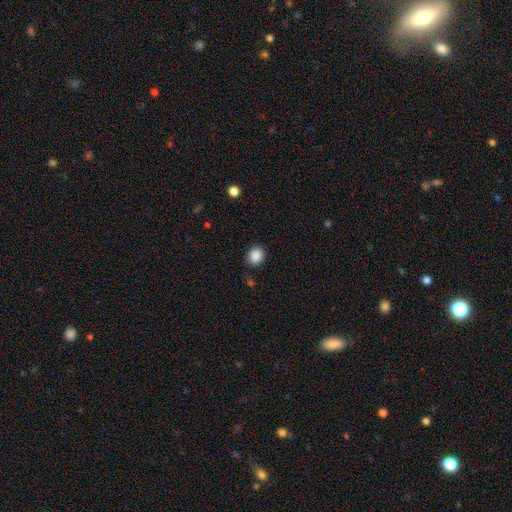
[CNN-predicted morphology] Smooth or featured? smooth (88%)
How rounded? round (71%)
Merging? none (84%)